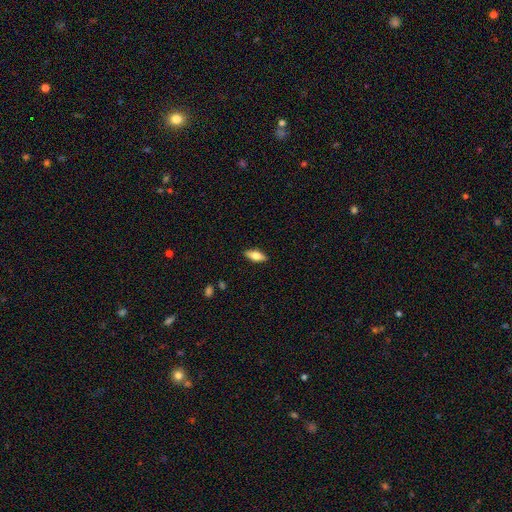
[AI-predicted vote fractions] Smooth or featured? Predicted: smooth (p=0.64). How rounded? Predicted: in between (p=0.73). Merging? Predicted: none (p=0.88).